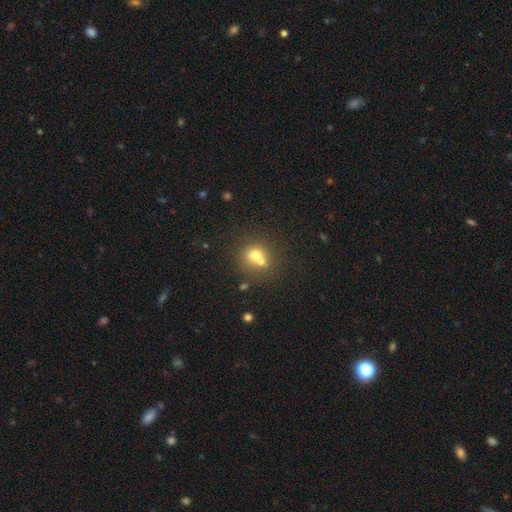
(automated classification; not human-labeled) A smooth galaxy with no disk features (66%) that is round (80%).

Vote fractions:
- Smooth or featured? smooth: 66% / featured or disk: 20% / star or artifact: 14%
- How rounded? round: 80% / in between: 19% / cigar-shaped: 1%
- Merging? merger: 50% / none: 38% / minor disturbance: 8% / major disturbance: 4%